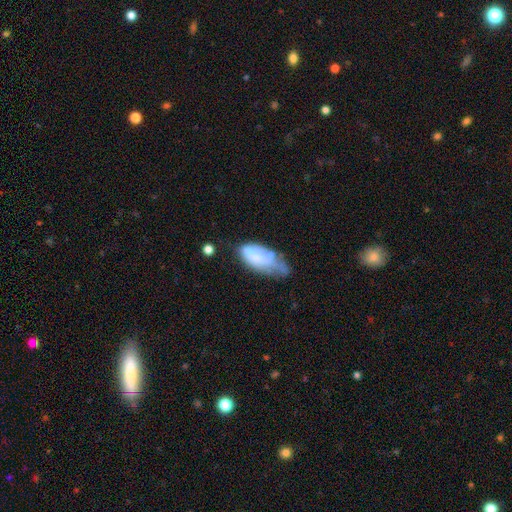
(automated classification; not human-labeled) Q: Smooth or featured?
A: smooth (56%); runner-up: featured or disk (34%)
Q: How rounded?
A: in between (87%); runner-up: cigar-shaped (10%)
Q: Merging?
A: minor disturbance (36%); runner-up: none (31%)